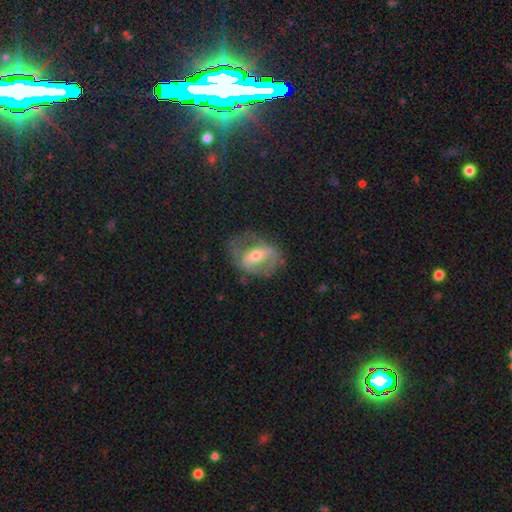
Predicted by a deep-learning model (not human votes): Morphology: type=featured or disk (64%); edge-on=no (93%); bar=strong (37%); spiral arms=no (51%); bulge=moderate (61%); merging=none (46%).